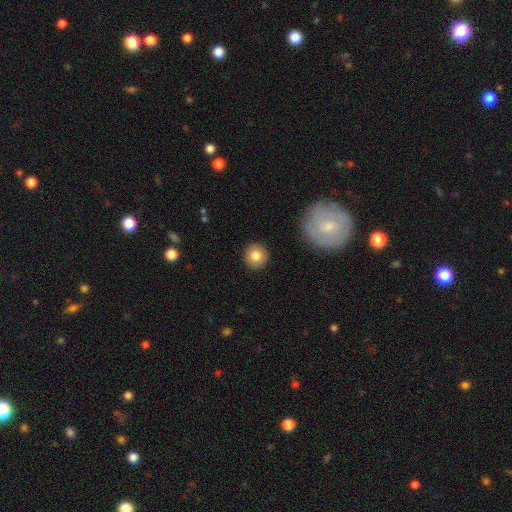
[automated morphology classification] Smooth or featured? Predicted: smooth (p=0.82). How rounded? Predicted: round (p=0.92). Merging? Predicted: none (p=0.92).